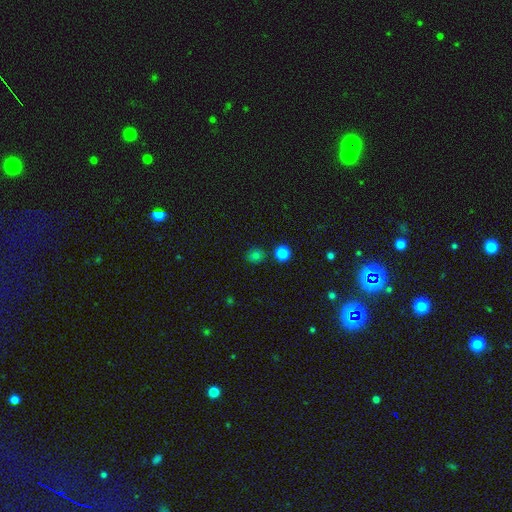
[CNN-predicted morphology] A smooth galaxy with no disk features (76%) that is round (86%). Merging: none (82%).